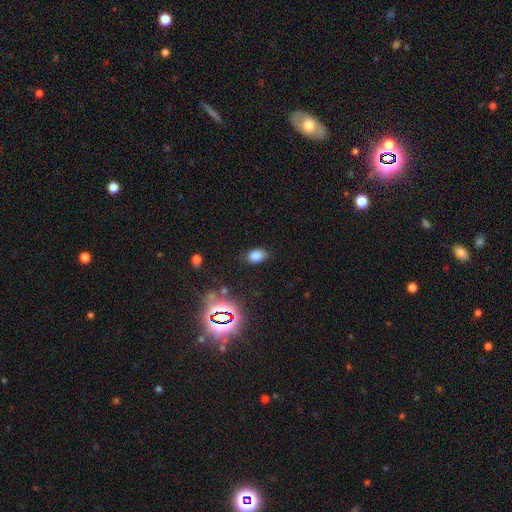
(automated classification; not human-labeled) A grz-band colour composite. It shows a smooth galaxy with no disk features (77%) that is in between round and cigar-shaped (82%). Merging: none (79%).